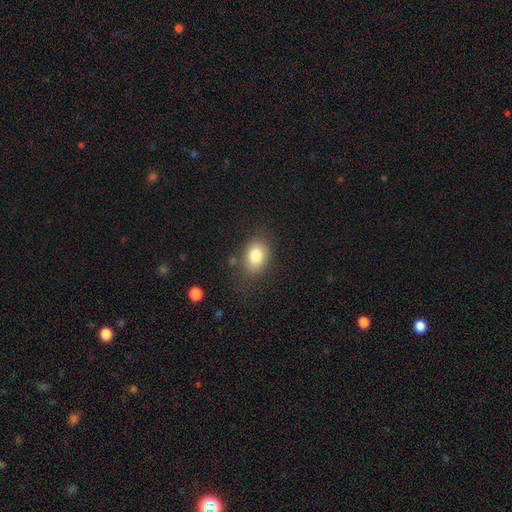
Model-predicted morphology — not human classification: This is clearly a smooth galaxy (82%). How rounded: likely in between (70%). Merging: likely none (74%).